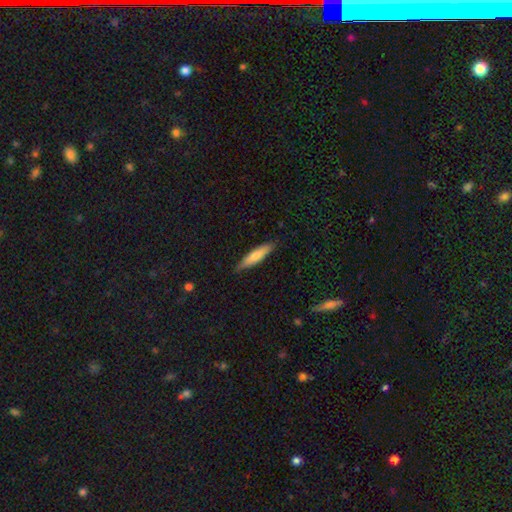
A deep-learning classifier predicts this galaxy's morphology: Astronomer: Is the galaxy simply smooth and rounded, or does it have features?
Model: smooth — 68%.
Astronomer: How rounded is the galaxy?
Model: cigar-shaped — 78%.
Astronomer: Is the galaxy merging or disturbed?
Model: none — 85%.